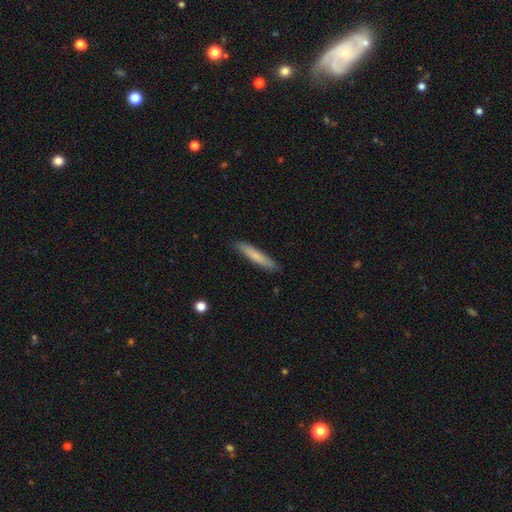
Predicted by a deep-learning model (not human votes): A smooth galaxy with no disk features (75%) that is cigar-shaped (91%). Merging: none (87%).